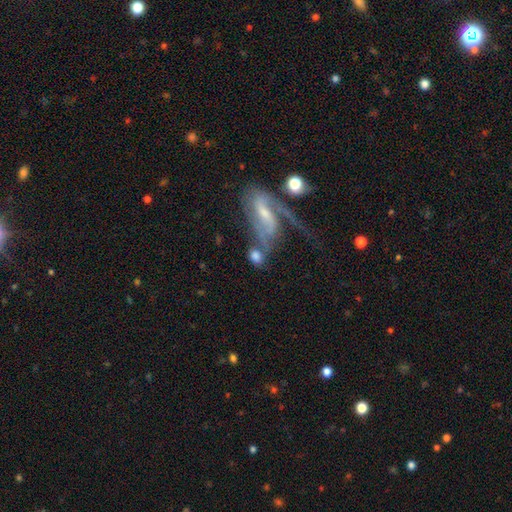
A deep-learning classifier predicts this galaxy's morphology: smooth-or-featured: smooth: 60% | featured or disk: 30% | star or artifact: 10%
  how-rounded: in between: 60% | round: 34% | cigar-shaped: 5%
  merging: none: 40% | merger: 33% | minor disturbance: 15% | major disturbance: 13%